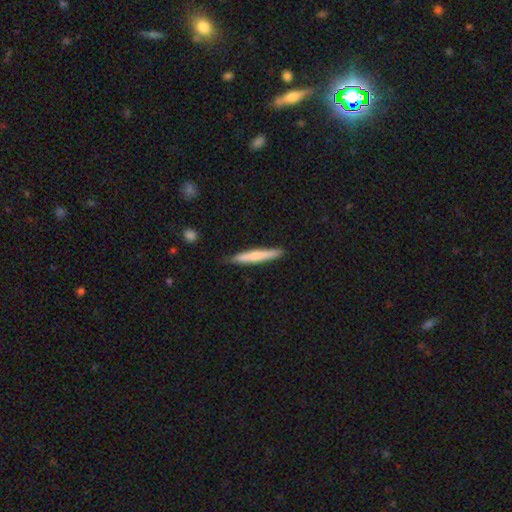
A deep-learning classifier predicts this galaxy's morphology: Overall: smooth (59%; featured or disk 36%). How rounded: cigar-shaped (94%). Merging: none (85%).